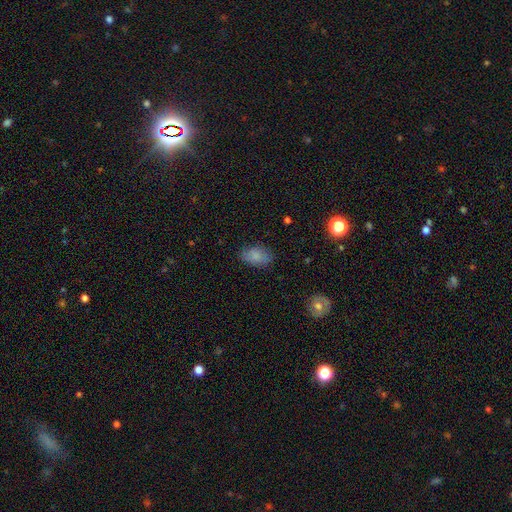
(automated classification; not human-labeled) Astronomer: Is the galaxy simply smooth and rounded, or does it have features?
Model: smooth — 82%.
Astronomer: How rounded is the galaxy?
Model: in between — 90%.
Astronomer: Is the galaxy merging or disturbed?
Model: none — 76%.